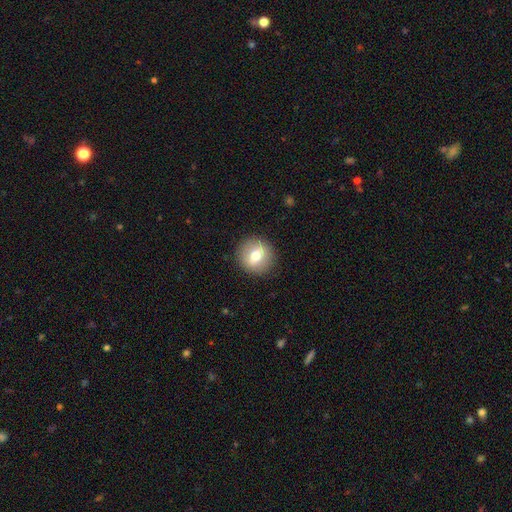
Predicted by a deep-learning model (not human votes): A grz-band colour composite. It shows a smooth galaxy with no disk features (60%) that is round (89%). Merging: none (89%).